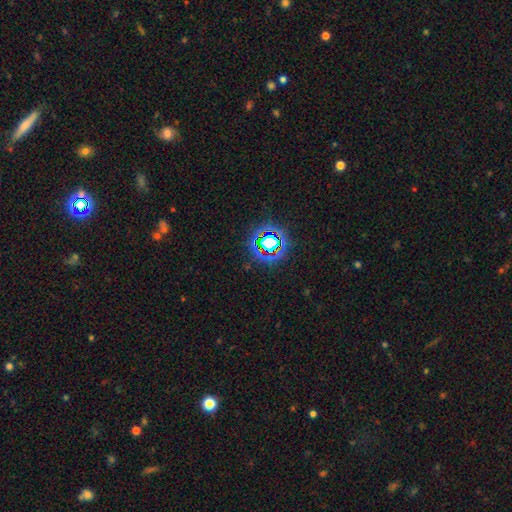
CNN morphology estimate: A star or artifact, not a galaxy (79%).